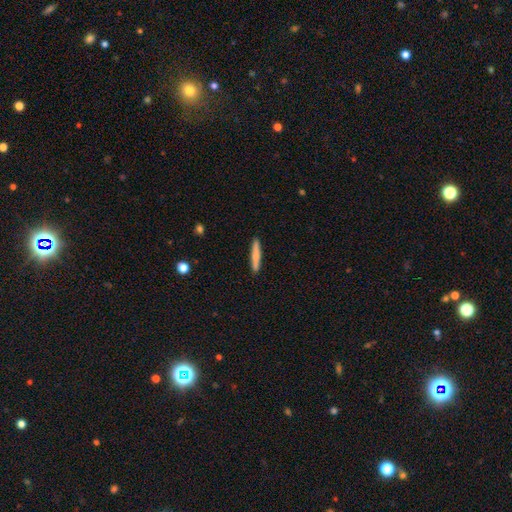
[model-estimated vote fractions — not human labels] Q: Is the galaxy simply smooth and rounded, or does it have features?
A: smooth — 73%.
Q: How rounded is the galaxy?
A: cigar-shaped — 95%.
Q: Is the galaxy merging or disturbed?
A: none — 91%.